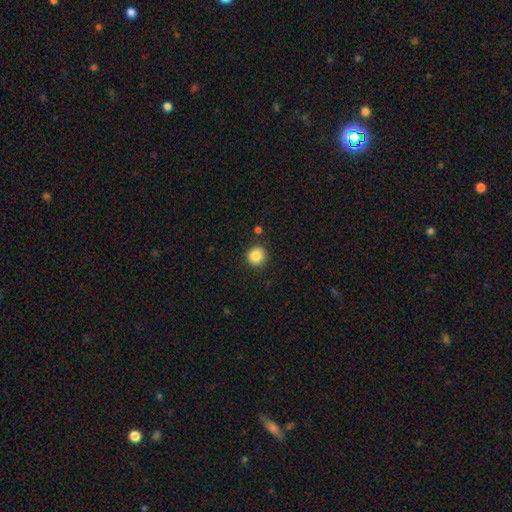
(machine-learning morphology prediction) A smooth galaxy with no disk features (86%) that is round (90%). Merging: none (87%).